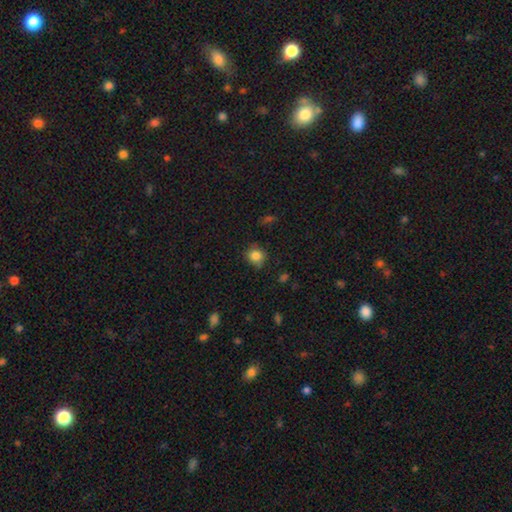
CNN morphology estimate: Smooth or featured? smooth (84%)
How rounded? round (84%)
Merging? none (78%)